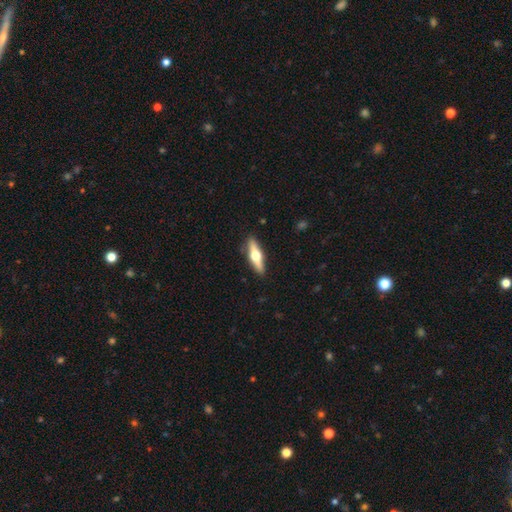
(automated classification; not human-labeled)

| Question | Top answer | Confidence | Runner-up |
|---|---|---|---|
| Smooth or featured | featured or disk | 62% | smooth (33%) |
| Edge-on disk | yes | 95% | no (5%) |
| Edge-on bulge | rounded | 96% | boxy (2%) |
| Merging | none | 90% | minor disturbance (7%) |